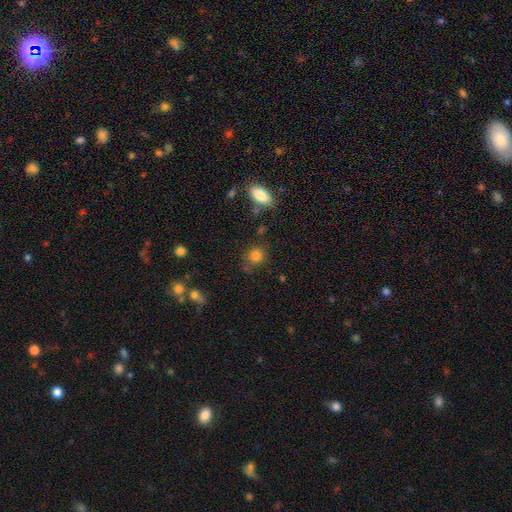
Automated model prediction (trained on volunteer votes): smooth_or_featured: smooth (p=0.82) [alt: star or artifact p=0.12]
how_rounded: round (p=0.81) [alt: in between p=0.17]
merging: none (p=0.75) [alt: minor disturbance p=0.13]